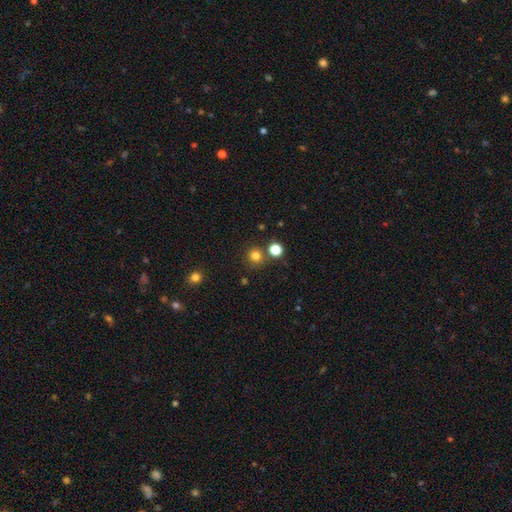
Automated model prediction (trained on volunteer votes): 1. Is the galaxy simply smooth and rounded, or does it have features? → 79% smooth, 16% star or artifact, 5% featured or disk.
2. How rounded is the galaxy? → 93% round, 6% in between, 1% cigar-shaped.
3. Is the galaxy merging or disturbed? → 80% none, 10% merger, 7% minor disturbance, 3% major disturbance.